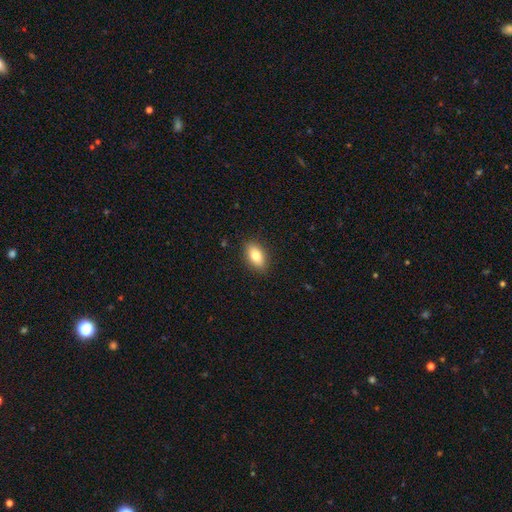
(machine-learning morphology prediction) A smooth galaxy with no disk features (80%) that is in between round and cigar-shaped (88%).

Vote fractions:
- Smooth or featured? smooth: 80% / featured or disk: 13% / star or artifact: 7%
- How rounded? in between: 88% / cigar-shaped: 6% / round: 6%
- Merging? none: 88% / minor disturbance: 9% / major disturbance: 2% / merger: 1%